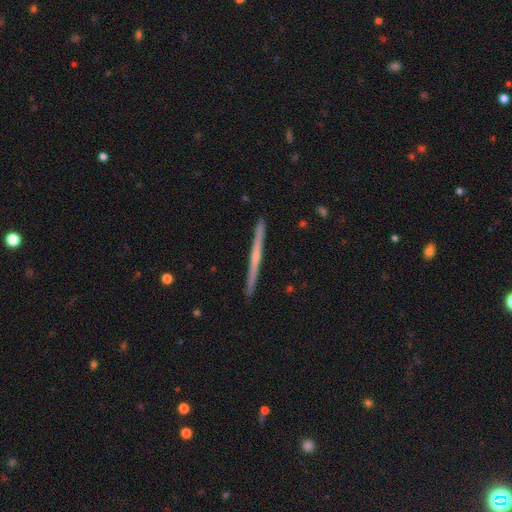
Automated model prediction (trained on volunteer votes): smooth_or_featured: featured or disk (p=0.65) [alt: smooth p=0.29]
disk_edge_on: yes (p=0.98) [alt: no p=0.02]
edge_on_bulge: none (p=0.60) [alt: rounded p=0.34]
merging: none (p=0.93) [alt: minor disturbance p=0.05]